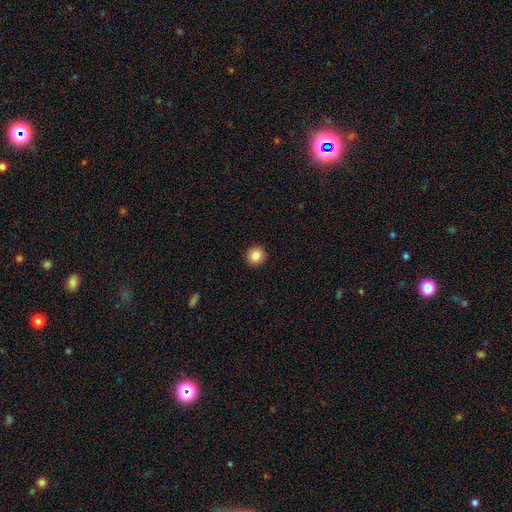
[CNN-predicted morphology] This appears to be a smooth galaxy with no disk features (85%) that is round (94%). Merging: none (93%).